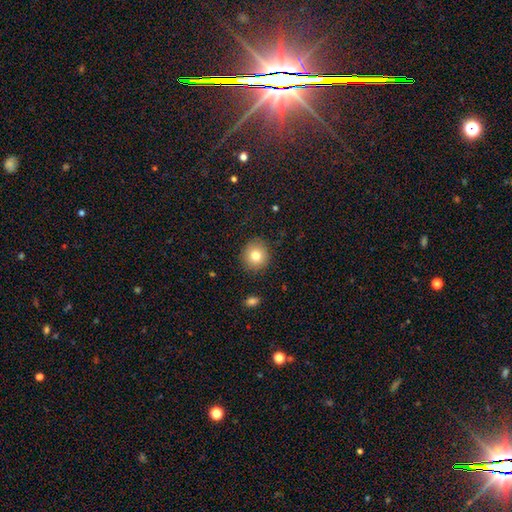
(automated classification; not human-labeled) Q: Smooth or featured?
A: smooth (79%); runner-up: featured or disk (11%)
Q: How rounded?
A: round (88%); runner-up: in between (11%)
Q: Merging?
A: none (89%); runner-up: minor disturbance (7%)